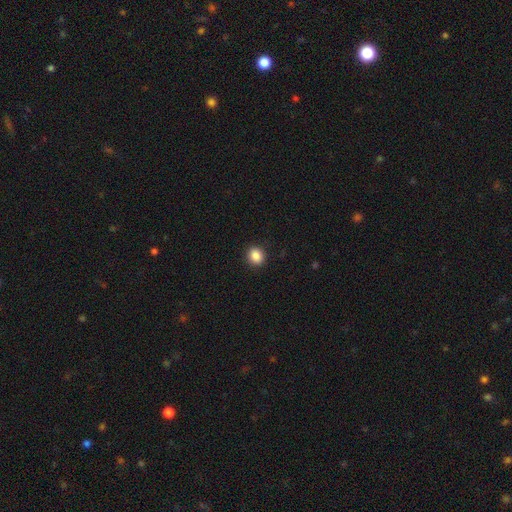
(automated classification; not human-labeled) Smooth or featured: smooth — 87% (star or artifact — 9%)
How rounded: round — 73% (in between — 26%)
Merging: none — 91% (minor disturbance — 6%)